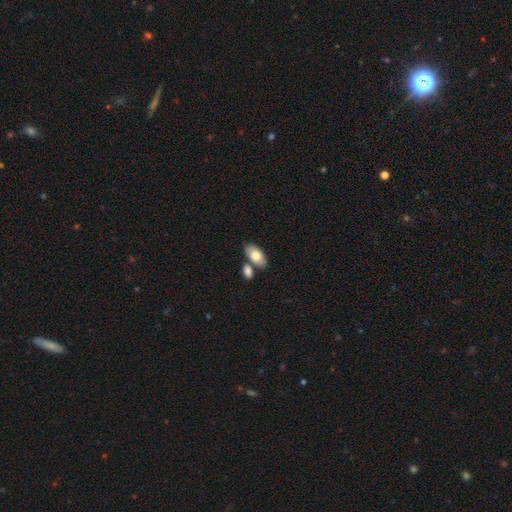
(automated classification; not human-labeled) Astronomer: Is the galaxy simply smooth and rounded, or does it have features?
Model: smooth — 78%.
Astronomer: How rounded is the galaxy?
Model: in between — 93%.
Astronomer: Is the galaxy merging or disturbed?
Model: none — 62%.